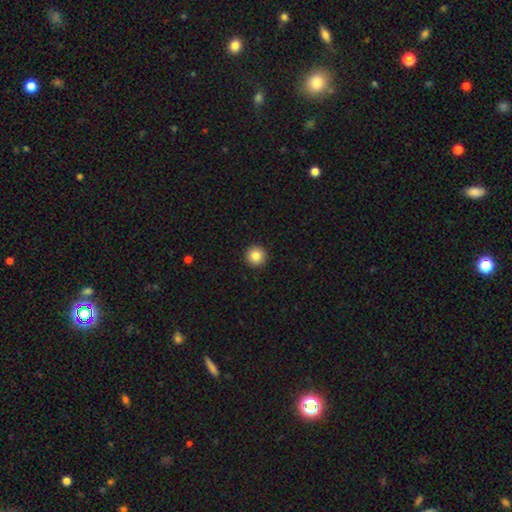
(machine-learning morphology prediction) The model was most divided on "smooth or featured": smooth: 85%, star or artifact: 10%, featured or disk: 5%. More confident: how rounded — round (96%); merging — none (94%).